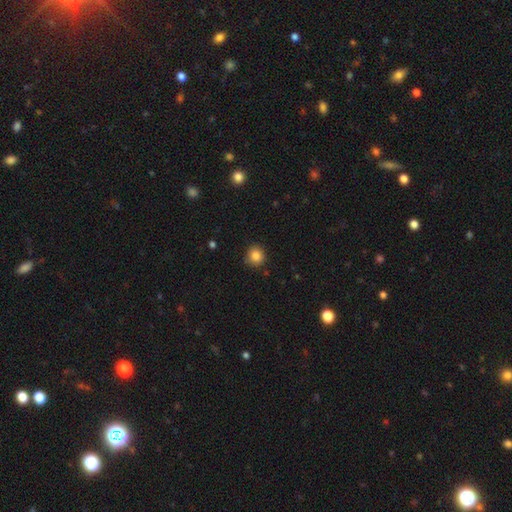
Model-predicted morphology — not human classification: smooth 85%, star or artifact 11%, featured or disk 5%. Down the decision tree: how rounded — round (89%); merging — none (86%).